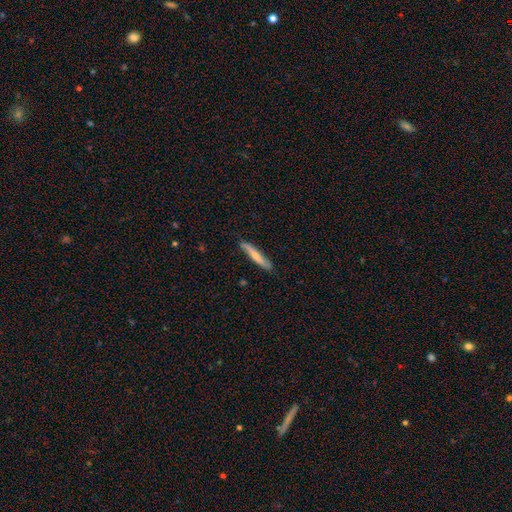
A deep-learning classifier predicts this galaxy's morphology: type=smooth (59%); roundness=cigar-shaped (92%); merging=none (81%).